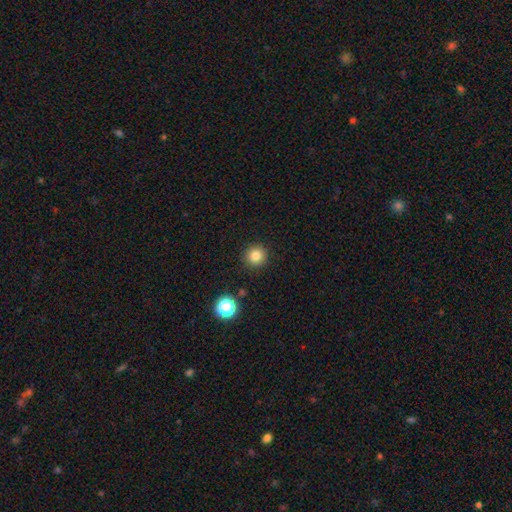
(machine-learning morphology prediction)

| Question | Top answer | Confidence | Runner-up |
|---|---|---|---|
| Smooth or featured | smooth | 81% | star or artifact (13%) |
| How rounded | round | 95% | in between (4%) |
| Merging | none | 91% | minor disturbance (5%) |